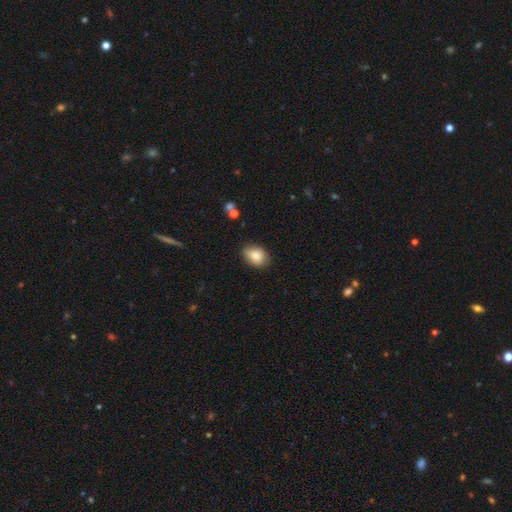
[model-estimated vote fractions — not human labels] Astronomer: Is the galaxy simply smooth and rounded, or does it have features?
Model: smooth — 84%.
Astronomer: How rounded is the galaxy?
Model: in between — 76%.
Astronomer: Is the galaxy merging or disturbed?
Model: none — 78%.